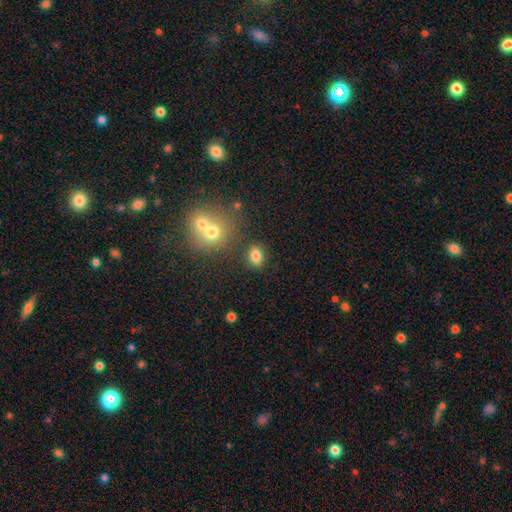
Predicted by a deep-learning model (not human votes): This appears to be a smooth galaxy with no disk features (81%) that is in between round and cigar-shaped (73%). Merging: none (77%).